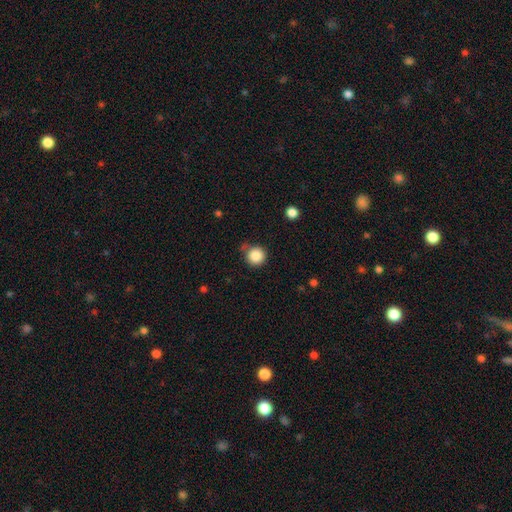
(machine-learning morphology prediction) type=smooth (86%); roundness=round (95%); merging=none (77%).